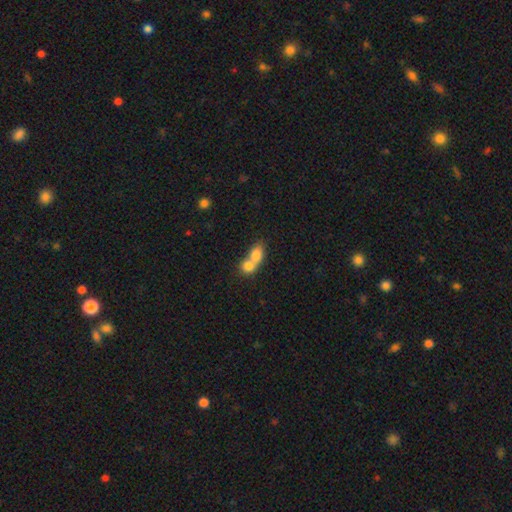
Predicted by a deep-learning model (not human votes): smooth 76%, featured or disk 16%, star or artifact 8%. Down the decision tree: how rounded — in between (61%); merging — merger (75%).